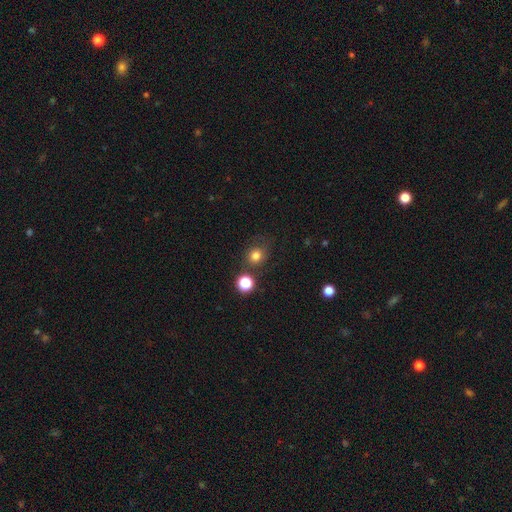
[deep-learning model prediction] A smooth galaxy with no disk features (78%) that is round (81%). Merging: none (70%).